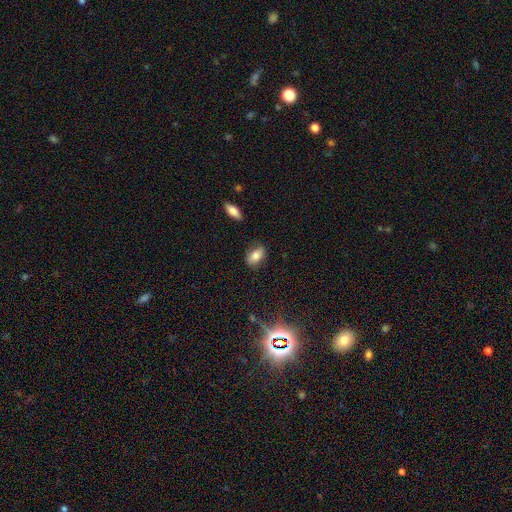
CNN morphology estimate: Smooth or featured: smooth — 76% (featured or disk — 14%)
How rounded: in between — 86% (round — 10%)
Merging: none — 76% (minor disturbance — 18%)